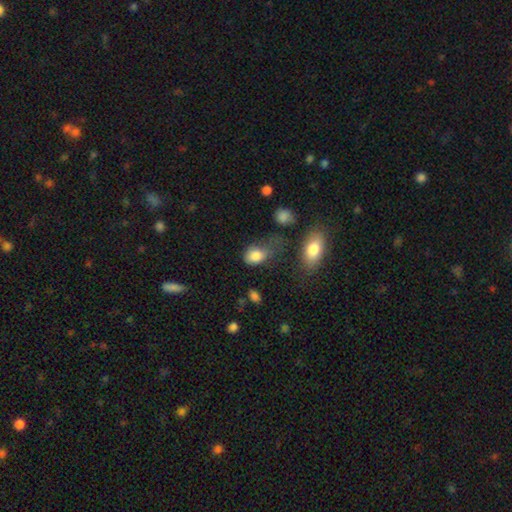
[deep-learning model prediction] Q: Smooth or featured?
A: smooth (82%); runner-up: featured or disk (9%)
Q: How rounded?
A: in between (80%); runner-up: round (18%)
Q: Merging?
A: minor disturbance (33%); runner-up: none (32%)